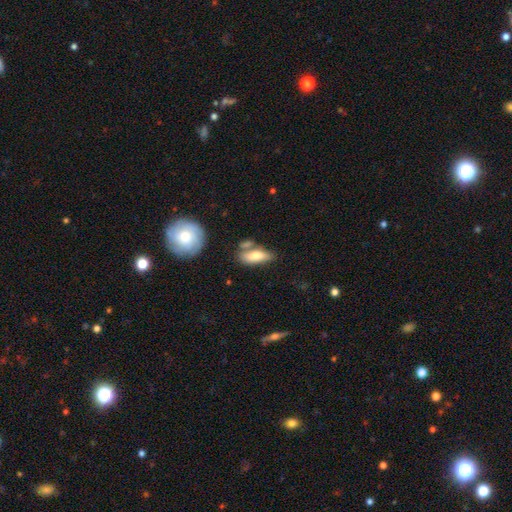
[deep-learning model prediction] Smooth or featured? Predicted: smooth (p=0.71). How rounded? Predicted: in between (p=0.74). Merging? Predicted: none (p=0.54).